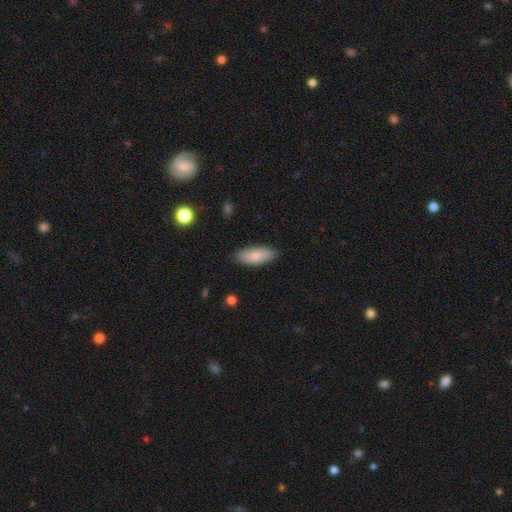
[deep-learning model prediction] Smooth or featured: smooth — 83% (featured or disk — 11%)
How rounded: in between — 82% (cigar-shaped — 16%)
Merging: none — 84% (minor disturbance — 12%)